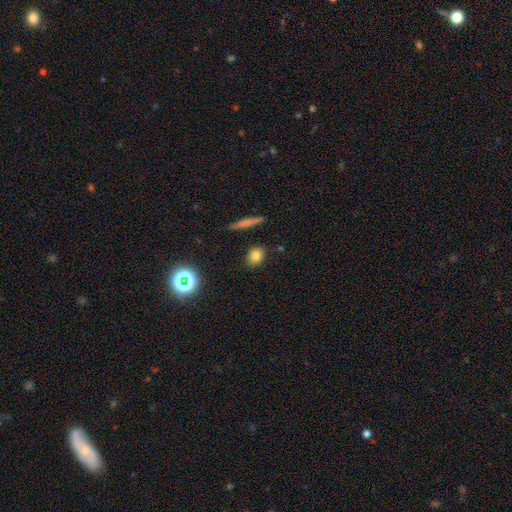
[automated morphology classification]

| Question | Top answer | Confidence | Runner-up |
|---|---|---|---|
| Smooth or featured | smooth | 80% | star or artifact (13%) |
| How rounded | round | 48% | tied: in between (48%) |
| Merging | none | 85% | minor disturbance (10%) |